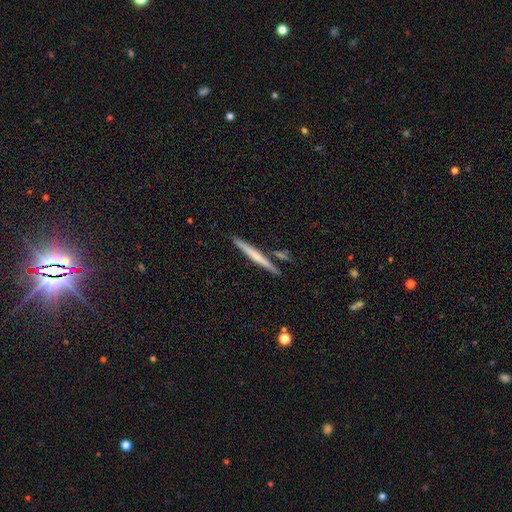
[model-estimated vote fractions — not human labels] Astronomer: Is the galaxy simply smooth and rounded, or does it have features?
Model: smooth — 49% (runner-up: featured or disk, 45%).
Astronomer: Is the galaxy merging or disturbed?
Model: none — 85%.